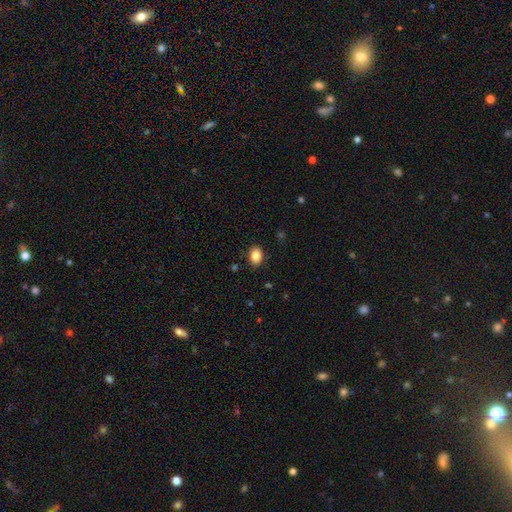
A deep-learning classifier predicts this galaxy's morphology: This appears to be a smooth galaxy with no disk features (85%) that is in between round and cigar-shaped (73%). Merging: none (88%).